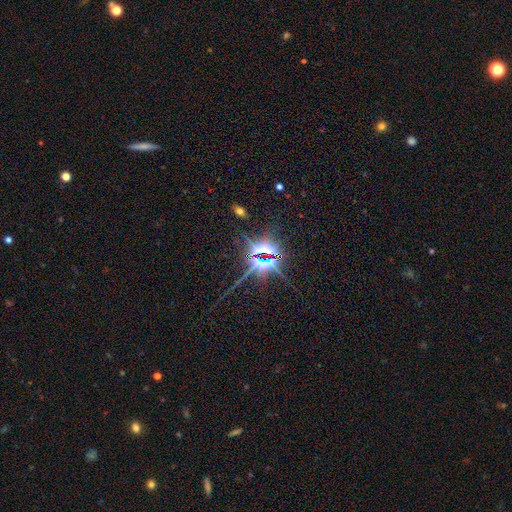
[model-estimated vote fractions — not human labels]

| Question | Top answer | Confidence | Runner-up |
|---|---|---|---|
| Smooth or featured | star or artifact | 75% | featured or disk (15%) |